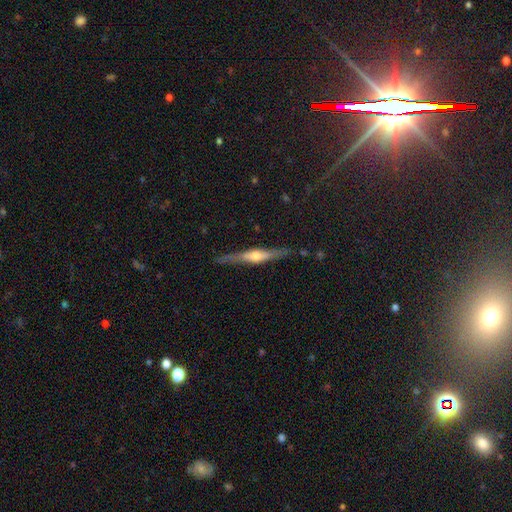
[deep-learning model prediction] smooth-or-featured: featured or disk: 77% | smooth: 17% | star or artifact: 5%
  disk-edge-on: yes: 97% | no: 3%
    edge-on-bulge: rounded: 90% | boxy: 7% | none: 3%
  merging: none: 87% | minor disturbance: 9% | major disturbance: 2% | merger: 1%